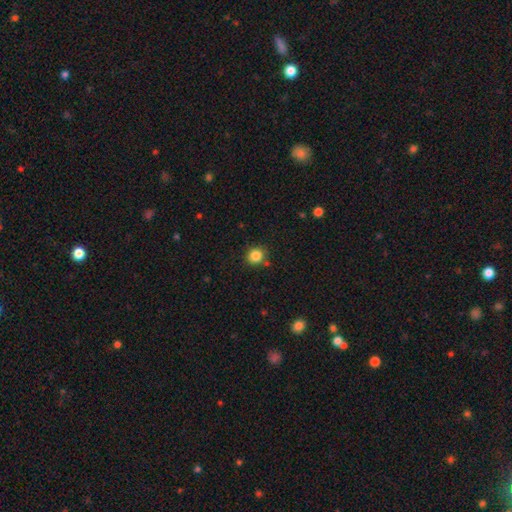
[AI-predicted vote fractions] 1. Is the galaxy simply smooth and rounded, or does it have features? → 85% smooth, 11% star or artifact, 4% featured or disk.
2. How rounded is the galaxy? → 84% round, 15% in between, 1% cigar-shaped.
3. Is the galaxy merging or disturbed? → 82% none, 10% minor disturbance, 5% merger, 3% major disturbance.